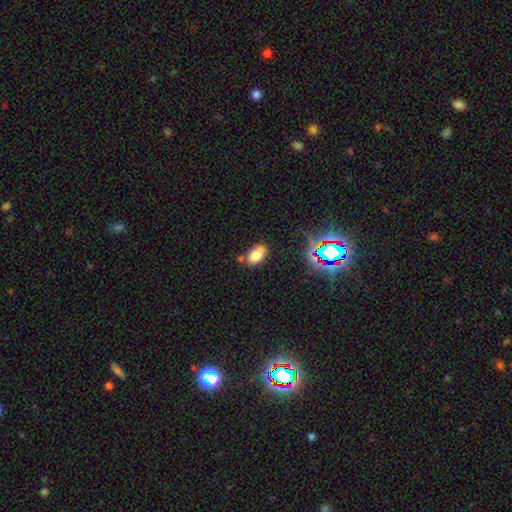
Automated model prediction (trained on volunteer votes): Morphology: type=smooth (75%); roundness=in between (91%); merging=none (65%).